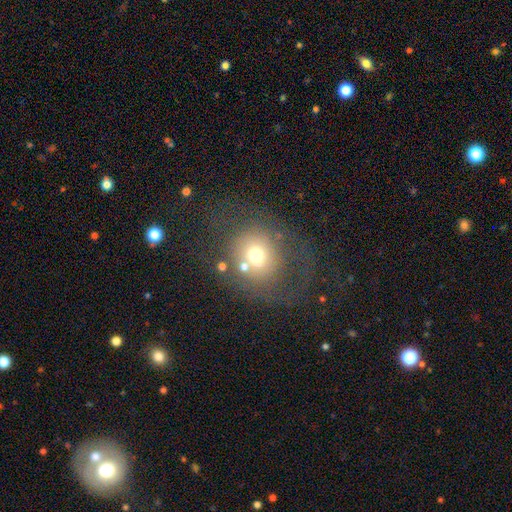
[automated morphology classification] The model was most divided on "merging": none: 51%, major disturbance: 23%, minor disturbance: 16%, merger: 10%. More confident: how rounded — round (86%); smooth or featured — smooth (58%).